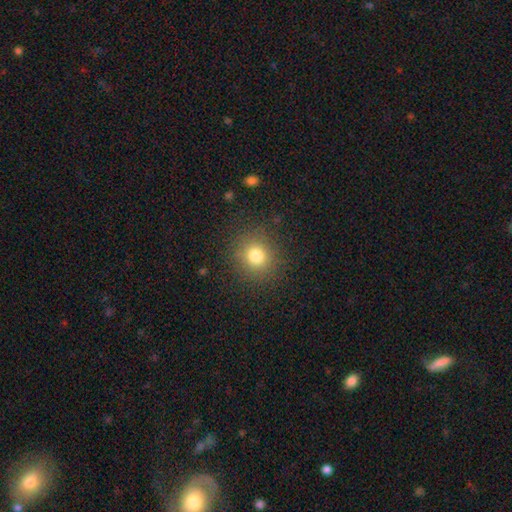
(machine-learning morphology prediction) smooth 78%, star or artifact 14%, featured or disk 8%. Down the decision tree: how rounded — round (88%); merging — none (88%).